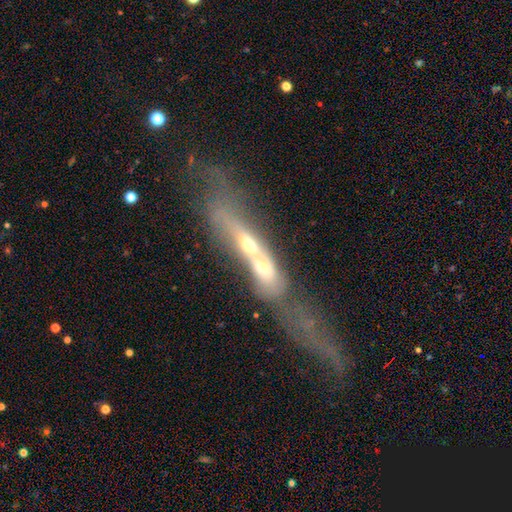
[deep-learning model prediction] Morphology: type=featured or disk (60%); edge-on=no (56%); merging=merger (67%).